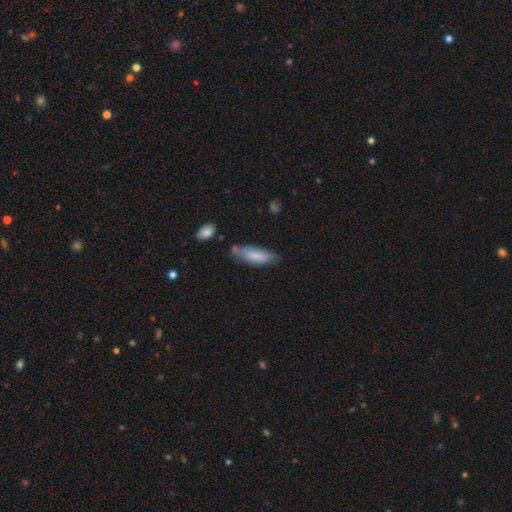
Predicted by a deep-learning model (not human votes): A smooth galaxy with no disk features (80%) that is in between round and cigar-shaped (60%). Merging: none (59%).